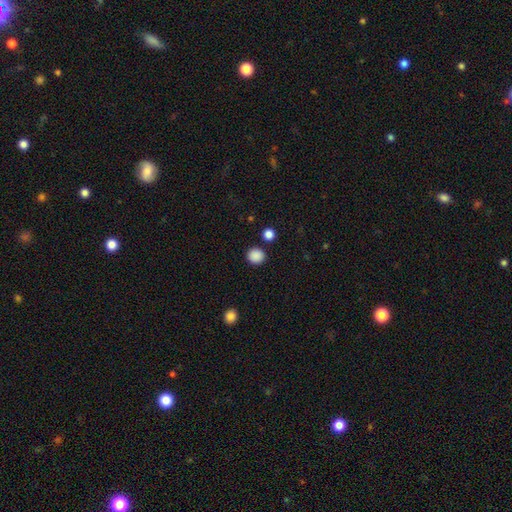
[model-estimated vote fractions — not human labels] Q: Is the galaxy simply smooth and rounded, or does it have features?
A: smooth — 87%.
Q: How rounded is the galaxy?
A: round — 90%.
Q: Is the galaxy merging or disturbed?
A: none — 88%.